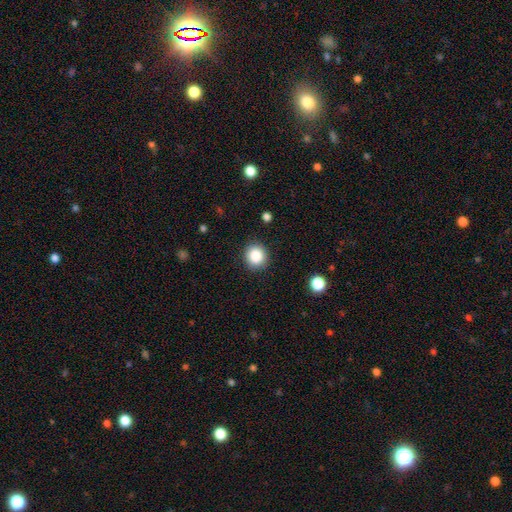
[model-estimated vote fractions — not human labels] smooth_or_featured: smooth (p=0.86) [alt: star or artifact p=0.10]
how_rounded: round (p=0.86) [alt: in between p=0.13]
merging: none (p=0.90) [alt: minor disturbance p=0.07]